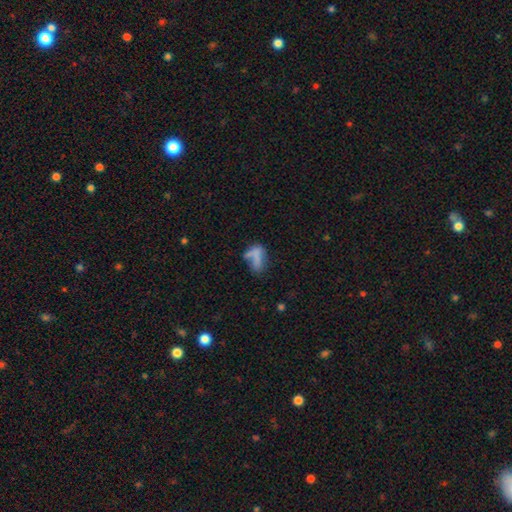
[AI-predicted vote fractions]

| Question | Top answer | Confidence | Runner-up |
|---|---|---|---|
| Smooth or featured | smooth | 63% | featured or disk (24%) |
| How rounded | in between | 72% | cigar-shaped (18%) |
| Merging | none | 32% | major disturbance (26%) |